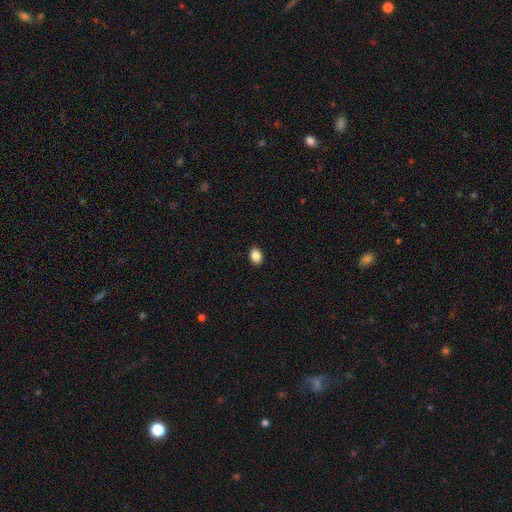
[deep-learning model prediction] A smooth galaxy with no disk features (88%) that is in between round and cigar-shaped (62%).

Vote fractions:
- Smooth or featured? smooth: 88% / star or artifact: 9% / featured or disk: 4%
- How rounded? in between: 62% / round: 37% / cigar-shaped: 1%
- Merging? none: 91% / minor disturbance: 6% / major disturbance: 2% / merger: 1%